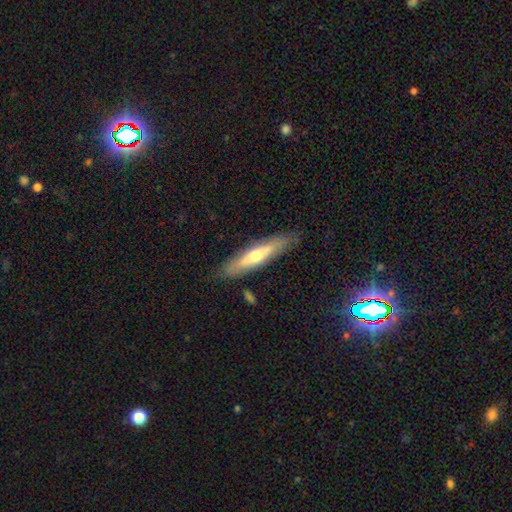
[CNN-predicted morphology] smooth_or_featured: featured or disk (p=0.47) [tied with: smooth p=0.47]
merging: none (p=0.84) [alt: minor disturbance p=0.12]